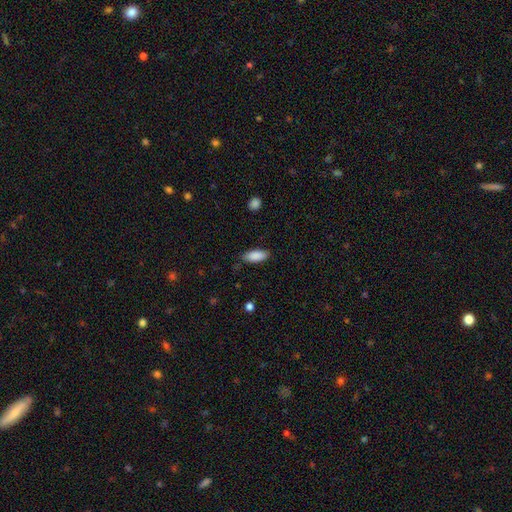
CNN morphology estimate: A smooth galaxy with no disk features (89%) that is in between round and cigar-shaped (81%).

Vote fractions:
- Smooth or featured? smooth: 89% / star or artifact: 6% / featured or disk: 5%
- How rounded? in between: 81% / cigar-shaped: 17% / round: 2%
- Merging? none: 83% / minor disturbance: 13% / major disturbance: 3% / merger: 1%